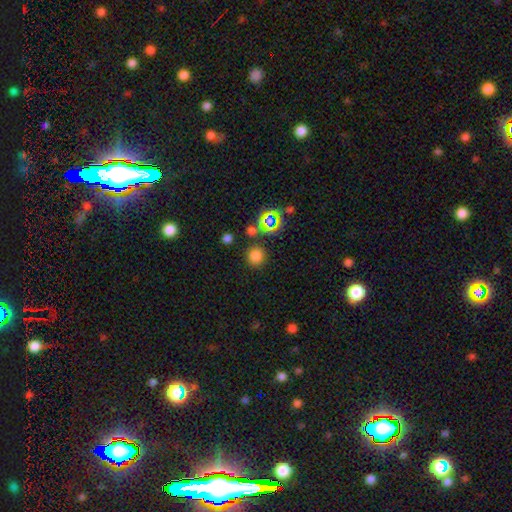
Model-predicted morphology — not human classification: Q: Smooth or featured?
A: smooth (75%); runner-up: star or artifact (20%)
Q: How rounded?
A: round (92%); runner-up: in between (7%)
Q: Merging?
A: none (83%); runner-up: minor disturbance (8%)